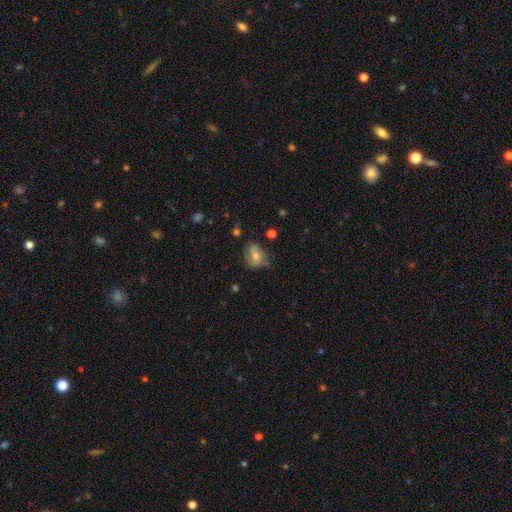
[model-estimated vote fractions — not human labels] Smooth or featured? smooth (50%)
How rounded? in between (52%)
Merging? none (61%)